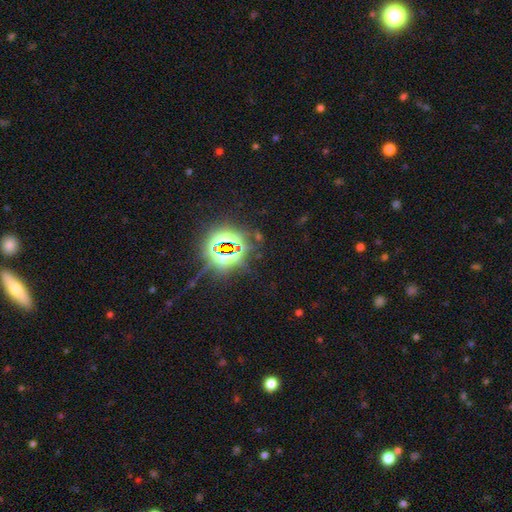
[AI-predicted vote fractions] Smooth or featured: star or artifact — 81% (smooth — 10%)